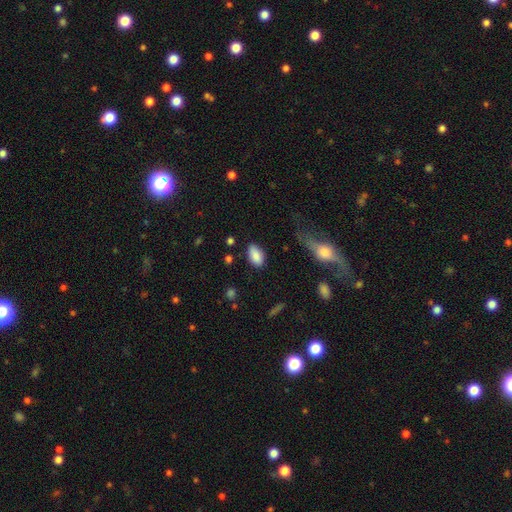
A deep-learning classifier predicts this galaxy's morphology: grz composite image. It shows a smooth galaxy with no disk features (86%) that is in between round and cigar-shaped (92%). Merging: none (78%).